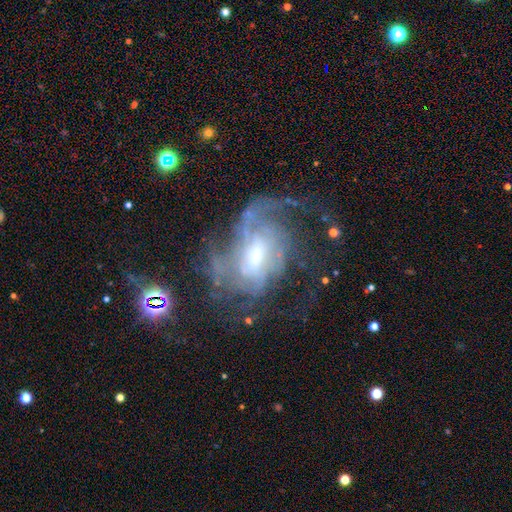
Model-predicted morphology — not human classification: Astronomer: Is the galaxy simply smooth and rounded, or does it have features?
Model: featured or disk — 79%.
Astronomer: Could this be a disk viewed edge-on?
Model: no — 96%.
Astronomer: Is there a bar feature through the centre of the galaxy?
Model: no — 45% (runner-up: weak, 42%).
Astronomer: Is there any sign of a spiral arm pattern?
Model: yes — 80%.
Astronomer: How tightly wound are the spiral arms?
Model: medium — 39% (runner-up: loose, 34%).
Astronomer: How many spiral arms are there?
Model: can't tell — 38% (runner-up: 2, 26%).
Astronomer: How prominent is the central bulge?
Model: small — 53% (runner-up: moderate, 40%).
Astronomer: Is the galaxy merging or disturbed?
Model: major disturbance — 48% (runner-up: none, 31%).